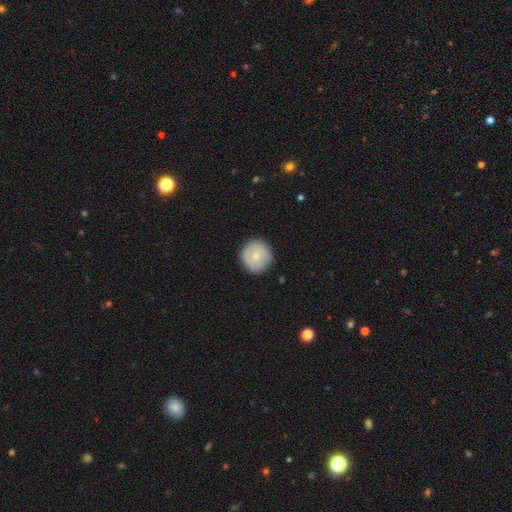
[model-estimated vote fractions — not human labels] smooth-or-featured: smooth: 57% | featured or disk: 37% | star or artifact: 6%
  how-rounded: round: 94% | in between: 5% | cigar-shaped: 1%
  merging: none: 88% | minor disturbance: 9% | major disturbance: 2% | merger: 1%